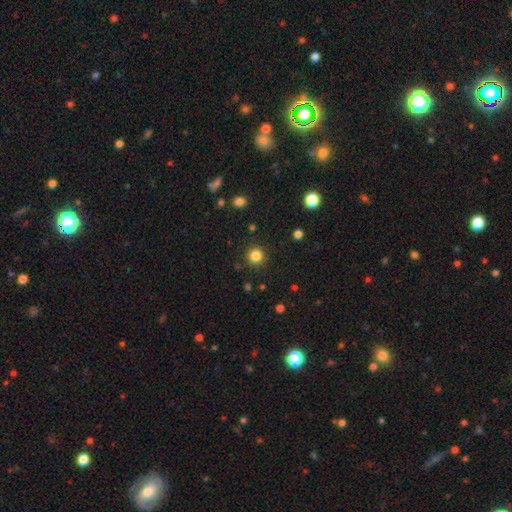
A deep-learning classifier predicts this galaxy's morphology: A smooth galaxy with no disk features (83%) that is round (94%).

Vote fractions:
- Smooth or featured? smooth: 83% / star or artifact: 13% / featured or disk: 4%
- How rounded? round: 94% / in between: 5% / cigar-shaped: 1%
- Merging? none: 90% / minor disturbance: 6% / major disturbance: 2% / merger: 1%